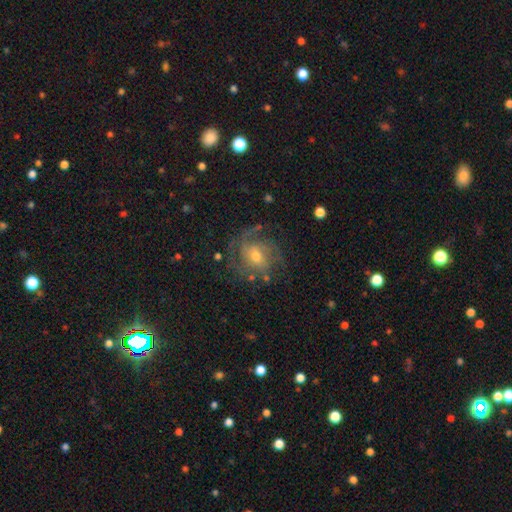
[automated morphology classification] The model was most divided on "spiral winding": tight: 44%, medium: 42%, loose: 14%. Remaining: edge-on disk — no (97%); spiral arms — yes (92%); smooth or featured — featured or disk (79%); merging — none (67%); bulge size — moderate (60%); bar — no (49%); spiral arm count — can't tell (32%).